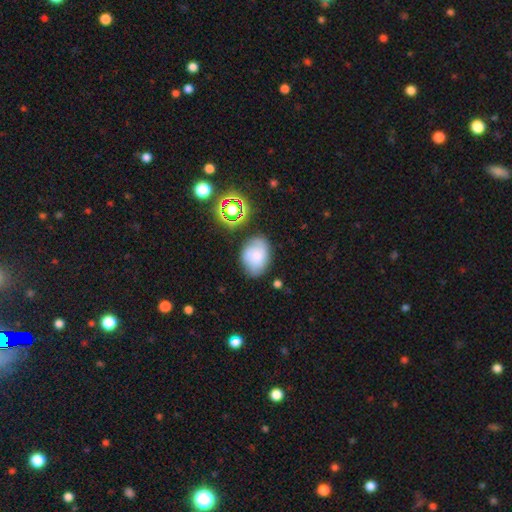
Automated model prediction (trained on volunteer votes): This is likely a smooth galaxy (66%). How rounded: likely in between (71%). Merging: likely none (66%).